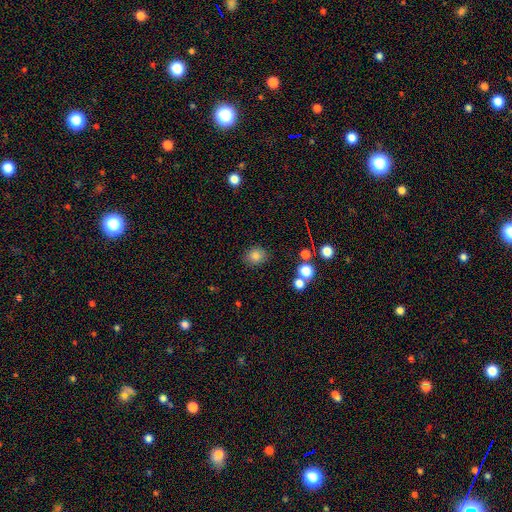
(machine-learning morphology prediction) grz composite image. It shows a smooth galaxy with no disk features (81%) that is round (65%). Merging: none (84%).